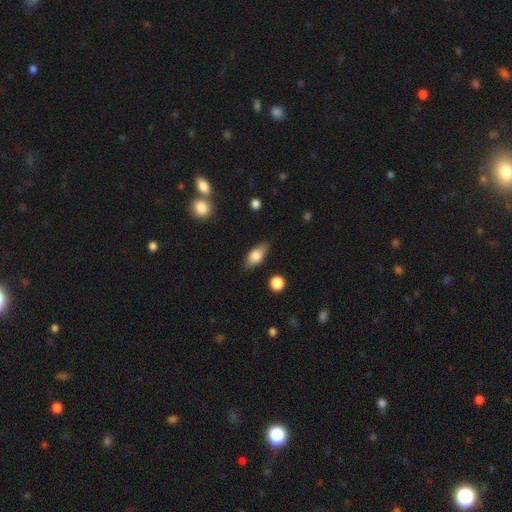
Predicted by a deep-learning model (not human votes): Overall: smooth (76%). How rounded: in between (83%). Merging: none (81%).